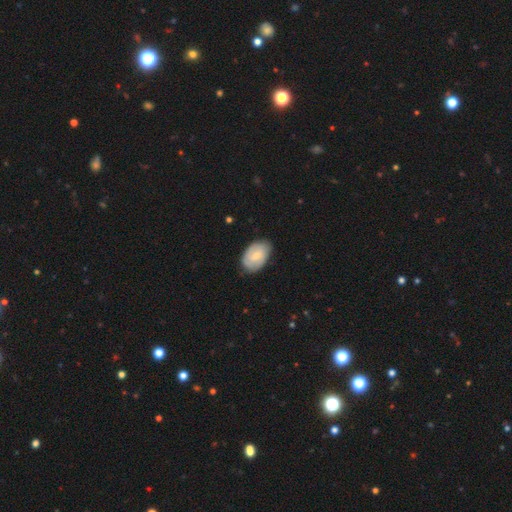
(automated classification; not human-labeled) Overall: smooth (49%; featured or disk 45%). Merging: none (76%).